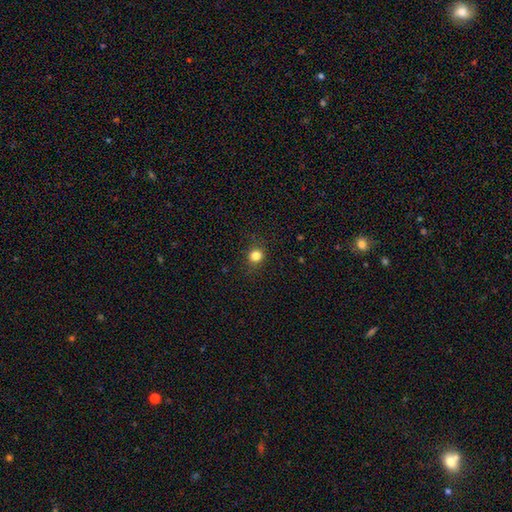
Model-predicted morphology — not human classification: smooth_or_featured: smooth (p=0.82) [alt: star or artifact p=0.13]
how_rounded: round (p=0.90) [alt: in between p=0.09]
merging: none (p=0.88) [alt: minor disturbance p=0.08]